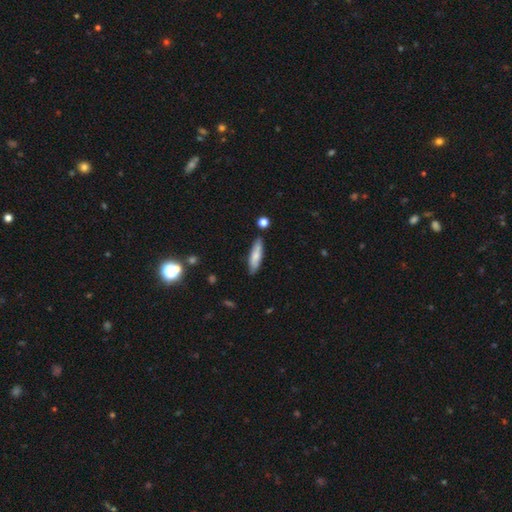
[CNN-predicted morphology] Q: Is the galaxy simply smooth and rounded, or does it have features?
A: smooth — 74%.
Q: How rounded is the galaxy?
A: cigar-shaped — 67%.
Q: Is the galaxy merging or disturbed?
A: none — 84%.